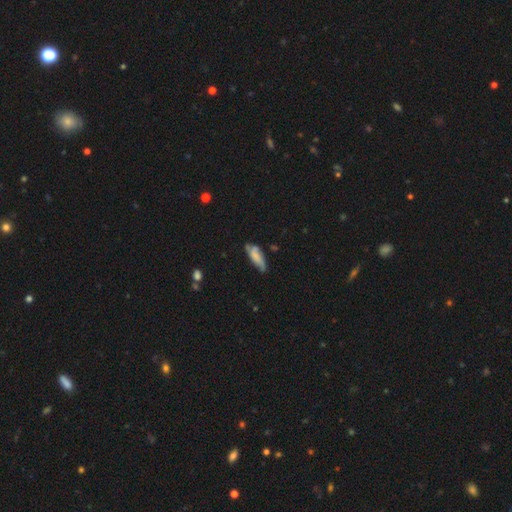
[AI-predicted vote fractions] This is likely a smooth galaxy (60%). How rounded: likely in between (63%). Merging: possibly none (53%).